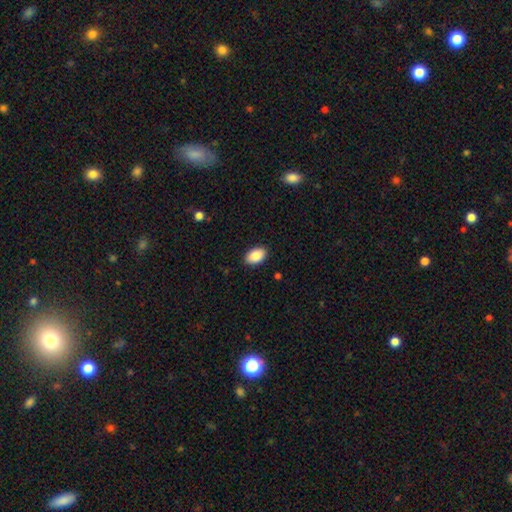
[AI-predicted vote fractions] A smooth galaxy with no disk features (89%) that is in between round and cigar-shaped (91%).

Vote fractions:
- Smooth or featured? smooth: 89% / star or artifact: 7% / featured or disk: 4%
- How rounded? in between: 91% / round: 8% / cigar-shaped: 1%
- Merging? none: 89% / minor disturbance: 8% / major disturbance: 2% / merger: 1%